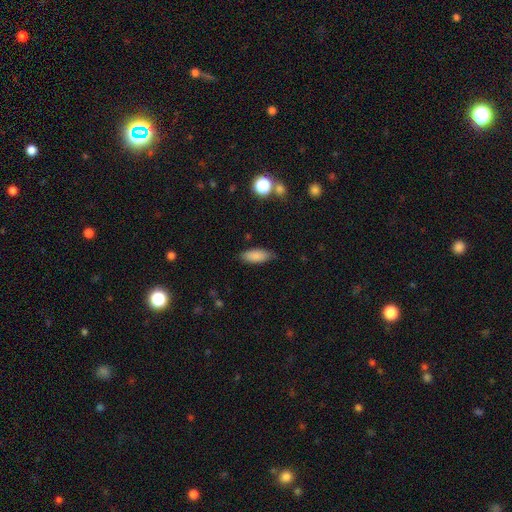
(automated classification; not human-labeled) smooth 86%, star or artifact 7%, featured or disk 7%. Down the decision tree: how rounded — in between (77%); merging — none (82%).